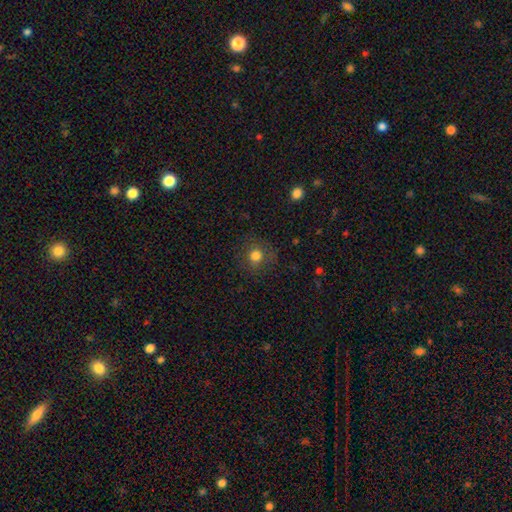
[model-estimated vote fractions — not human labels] smooth_or_featured: smooth (p=0.79) [alt: star or artifact p=0.13]
how_rounded: round (p=0.88) [alt: in between p=0.11]
merging: none (p=0.83) [alt: minor disturbance p=0.11]